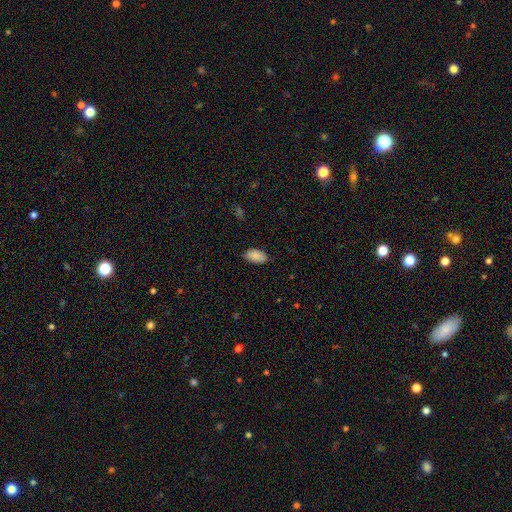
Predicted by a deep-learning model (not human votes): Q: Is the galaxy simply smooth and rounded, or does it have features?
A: smooth — 88%.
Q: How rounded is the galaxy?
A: in between — 95%.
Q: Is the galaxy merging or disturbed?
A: none — 80%.